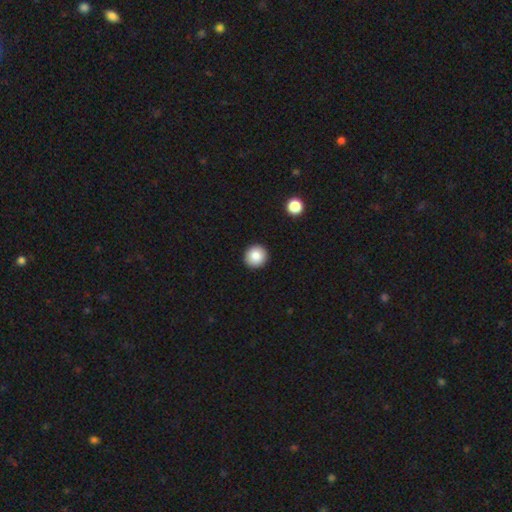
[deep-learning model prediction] This is clearly a smooth galaxy (86%). How rounded: clearly round (94%). Merging: clearly none (93%).